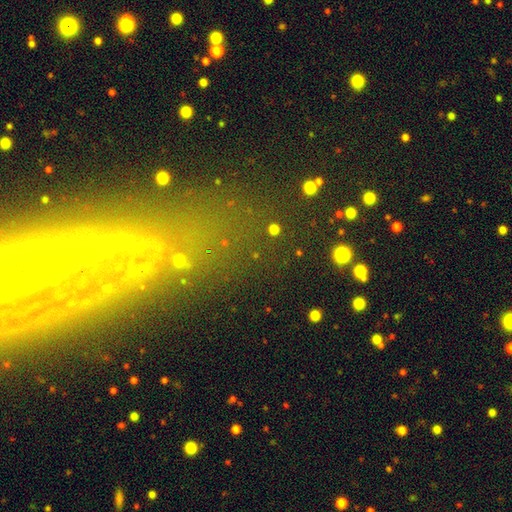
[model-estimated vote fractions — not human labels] Smooth or featured?
  - star or artifact: 48% *
  - smooth: 34%
  - featured or disk: 17%